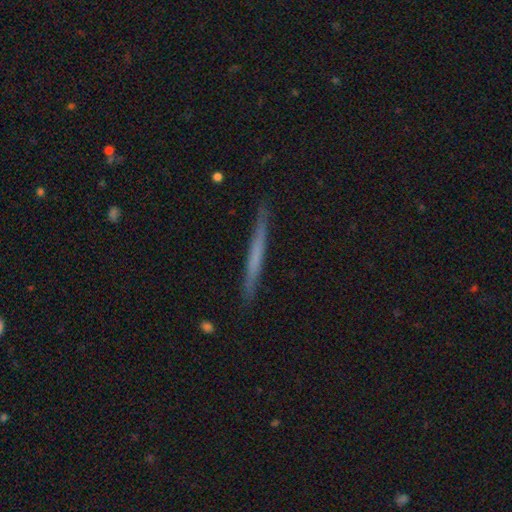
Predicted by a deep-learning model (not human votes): Smooth or featured? smooth (49%)
Merging? none (91%)